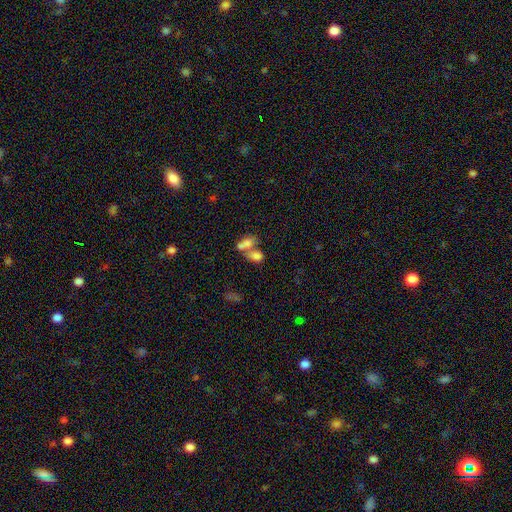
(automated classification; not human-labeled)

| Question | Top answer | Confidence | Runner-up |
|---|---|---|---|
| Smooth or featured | smooth | 71% | featured or disk (18%) |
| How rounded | in between | 81% | round (16%) |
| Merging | merger | 65% | none (22%) |